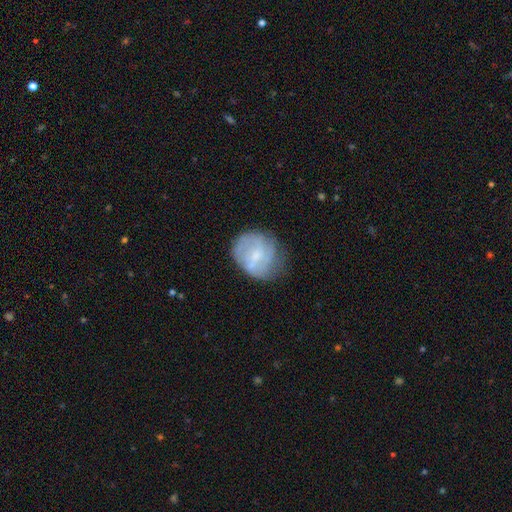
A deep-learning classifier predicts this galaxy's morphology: Q: Smooth or featured?
A: featured or disk (49%); runner-up: smooth (43%)
Q: Merging?
A: none (57%); runner-up: minor disturbance (28%)